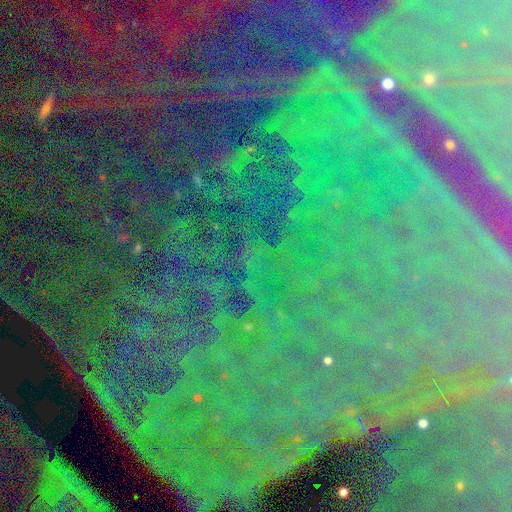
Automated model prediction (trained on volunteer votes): The model was most divided on "smooth or featured": star or artifact: 84%, featured or disk: 8%, smooth: 7%.